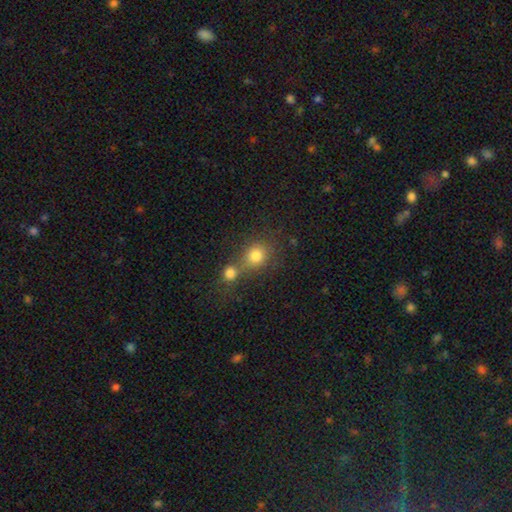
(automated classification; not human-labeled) smooth_or_featured: smooth (p=0.78) [alt: star or artifact p=0.13]
how_rounded: round (p=0.79) [alt: in between p=0.20]
merging: merger (p=0.44) [alt: none p=0.43]